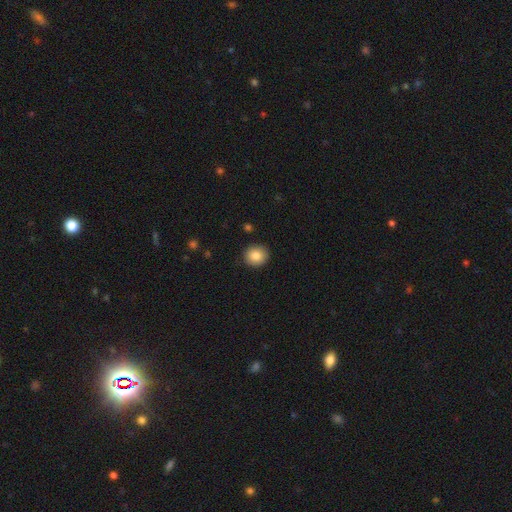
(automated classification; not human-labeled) A smooth galaxy with no disk features (85%) that is round (81%).

Vote fractions:
- Smooth or featured? smooth: 85% / star or artifact: 9% / featured or disk: 6%
- How rounded? round: 81% / in between: 18% / cigar-shaped: 1%
- Merging? none: 90% / minor disturbance: 7% / major disturbance: 2% / merger: 1%